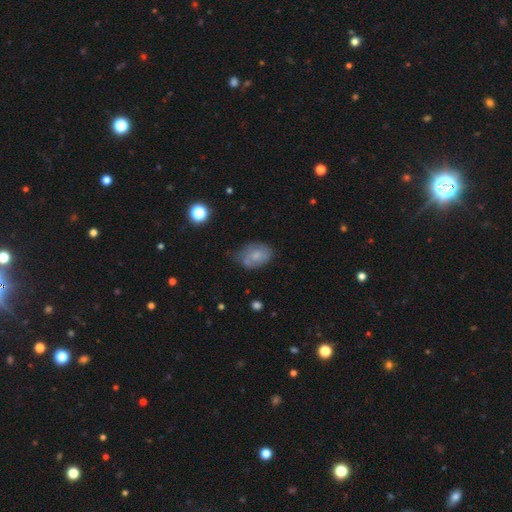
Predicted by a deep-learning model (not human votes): smooth-or-featured: smooth: 61% | featured or disk: 29% | star or artifact: 9%
  how-rounded: in between: 81% | round: 17% | cigar-shaped: 1%
  merging: none: 46% | minor disturbance: 36% | major disturbance: 13% | merger: 5%